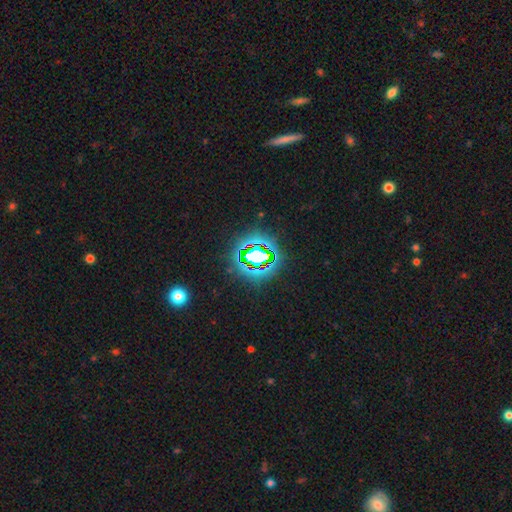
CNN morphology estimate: A star or artifact, not a galaxy (75%).

Vote fractions:
- Smooth or featured? star or artifact: 75% / smooth: 15% / featured or disk: 10%